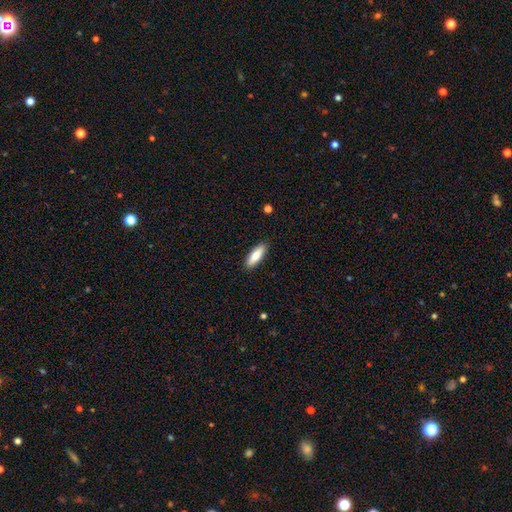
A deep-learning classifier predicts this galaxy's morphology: This is likely a smooth galaxy (80%). How rounded: possibly in between (50%). Merging: clearly none (89%).